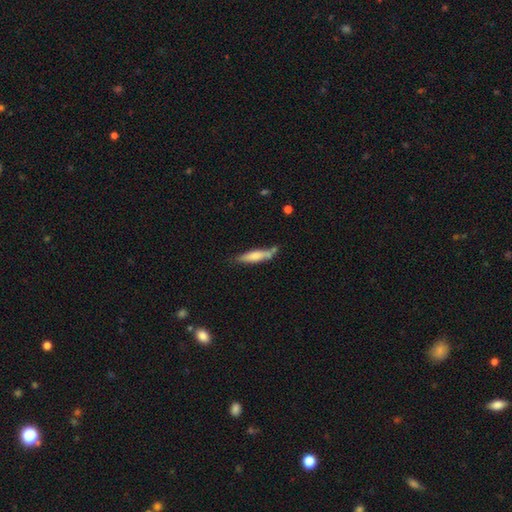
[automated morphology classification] Overall: smooth (68%). How rounded: cigar-shaped (75%). Merging: none (59%; minor disturbance 23%).